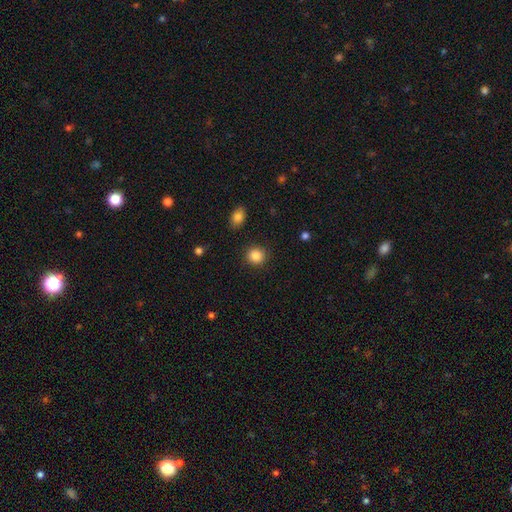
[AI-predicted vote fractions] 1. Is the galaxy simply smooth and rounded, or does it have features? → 87% smooth, 9% star or artifact, 4% featured or disk.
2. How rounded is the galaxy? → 89% round, 10% in between, 1% cigar-shaped.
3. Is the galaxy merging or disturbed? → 90% none, 6% minor disturbance, 2% major disturbance, 2% merger.